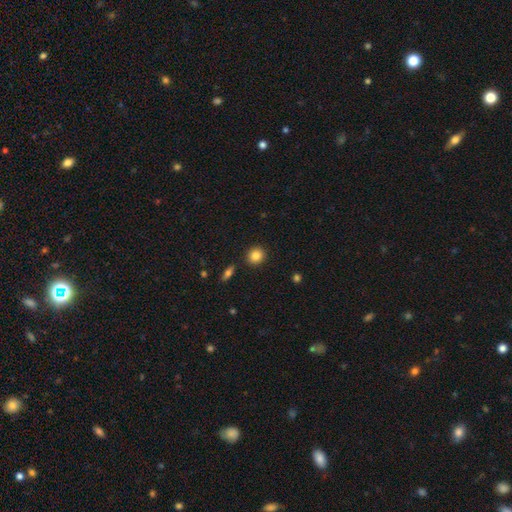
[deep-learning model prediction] A smooth galaxy with no disk features (86%) that is round (84%).

Vote fractions:
- Smooth or featured? smooth: 86% / star or artifact: 9% / featured or disk: 5%
- How rounded? round: 84% / in between: 15% / cigar-shaped: 1%
- Merging? none: 89% / minor disturbance: 7% / merger: 2% / major disturbance: 2%